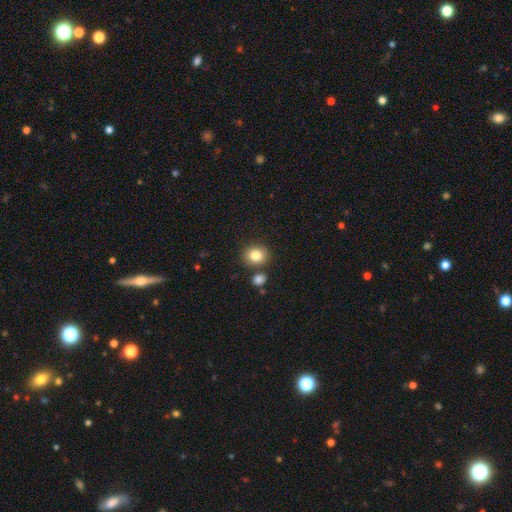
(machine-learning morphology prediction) Q: Smooth or featured?
A: smooth (83%); runner-up: star or artifact (10%)
Q: How rounded?
A: round (73%); runner-up: in between (26%)
Q: Merging?
A: none (78%); runner-up: merger (10%)